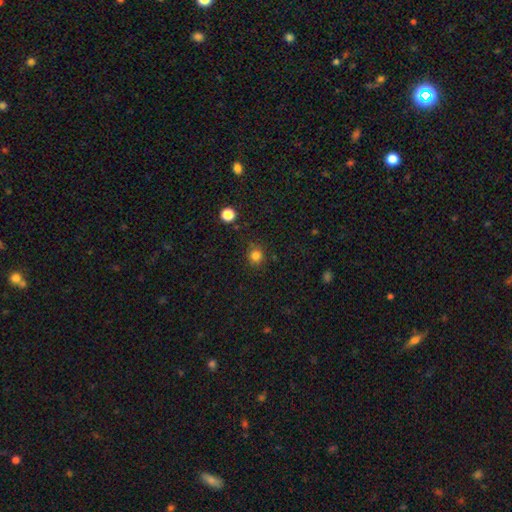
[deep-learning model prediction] smooth 81%, star or artifact 15%, featured or disk 4%. Down the decision tree: how rounded — round (89%); merging — none (82%).